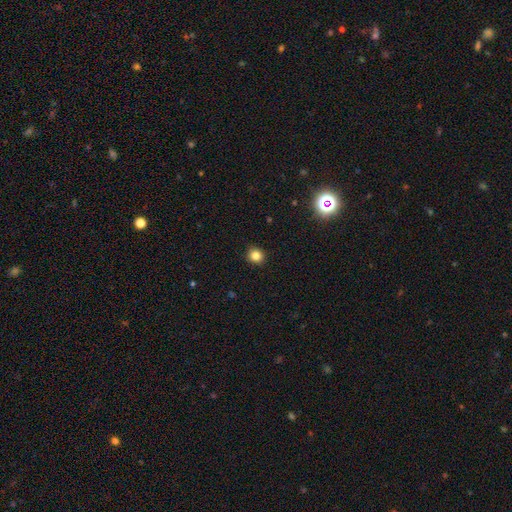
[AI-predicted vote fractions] Smooth or featured?
  - smooth: 83% *
  - star or artifact: 12%
  - featured or disk: 5%
How rounded?
  - round: 86% *
  - in between: 13%
  - cigar-shaped: 1%
Merging?
  - none: 92% *
  - minor disturbance: 6%
  - major disturbance: 2%
  - merger: 1%